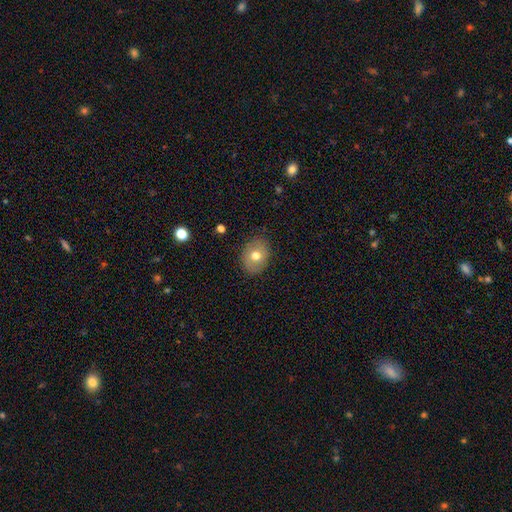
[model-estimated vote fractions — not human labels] Smooth or featured: smooth — 70% (featured or disk — 21%)
How rounded: in between — 59% (round — 40%)
Merging: none — 85% (minor disturbance — 11%)